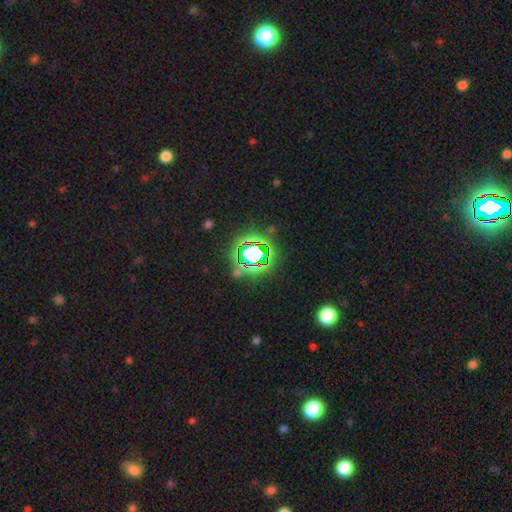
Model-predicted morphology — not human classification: smooth_or_featured: star or artifact (p=0.77) [alt: smooth p=0.14]